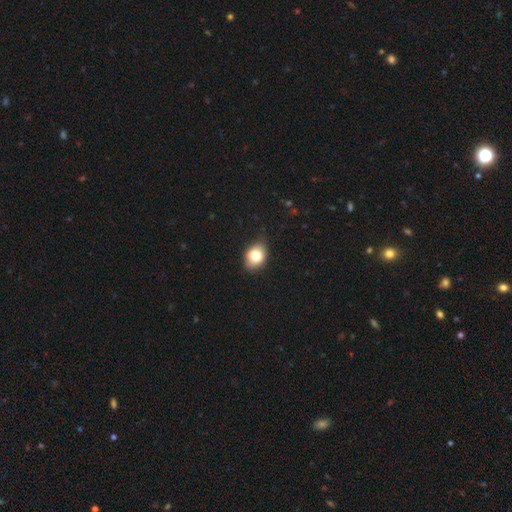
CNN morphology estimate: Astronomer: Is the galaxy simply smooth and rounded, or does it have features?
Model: smooth — 77%.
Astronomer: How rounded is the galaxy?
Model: in between — 63%.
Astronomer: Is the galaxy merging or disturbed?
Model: none — 79%.